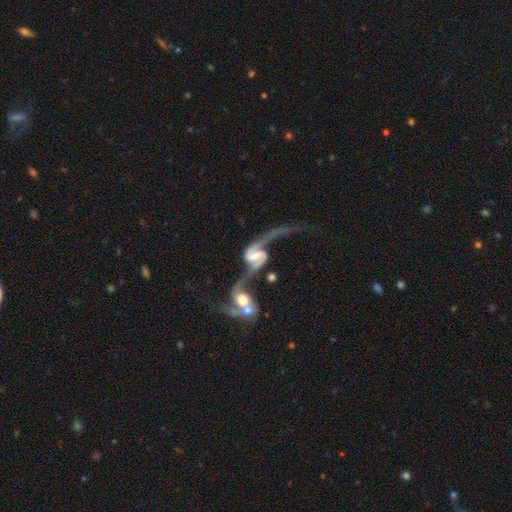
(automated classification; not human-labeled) This appears to be a featured or disk galaxy (88%) with a strong bar (43%), 2 (88%) loose (69%) spiral arms (95%) and a moderate central bulge (50%). Merging: merger (67%).